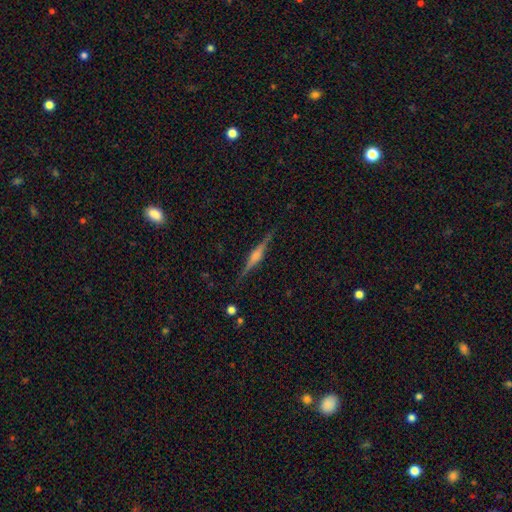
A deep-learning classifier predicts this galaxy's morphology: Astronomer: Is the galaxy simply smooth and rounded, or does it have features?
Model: featured or disk — 75%.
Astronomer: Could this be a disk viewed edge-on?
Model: yes — 98%.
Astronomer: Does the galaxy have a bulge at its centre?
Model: rounded — 67%.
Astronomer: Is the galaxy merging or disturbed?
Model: none — 88%.